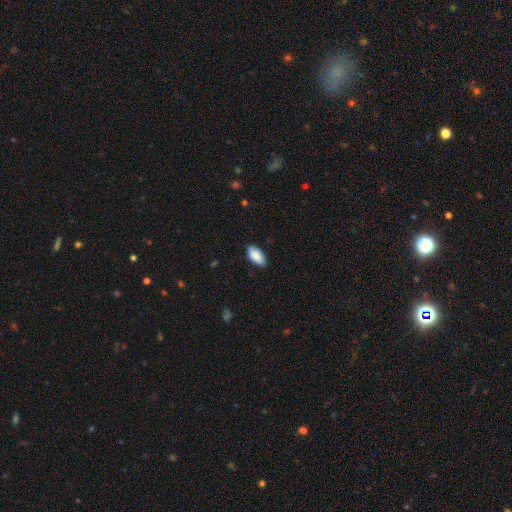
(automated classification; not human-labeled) Smooth or featured? Predicted: smooth (p=0.89). How rounded? Predicted: in between (p=0.94). Merging? Predicted: none (p=0.85).